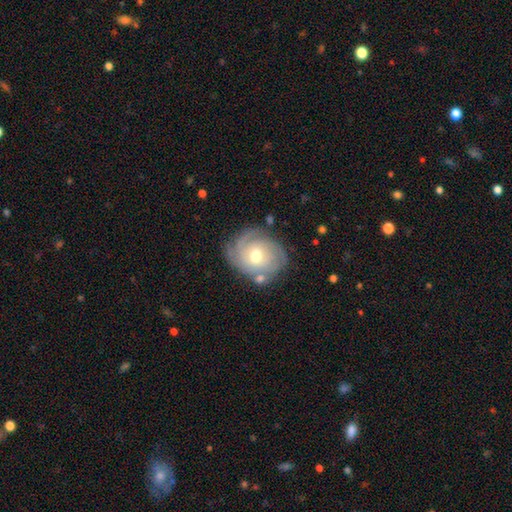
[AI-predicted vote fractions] Smooth or featured? featured or disk (77%)
Edge-on disk? no (97%)
Bar? no (68%)
Spiral arms? yes (92%)
Spiral winding? tight (73%)
Spiral arm count? can't tell (33%)
Bulge size? moderate (69%)
Merging? none (72%)